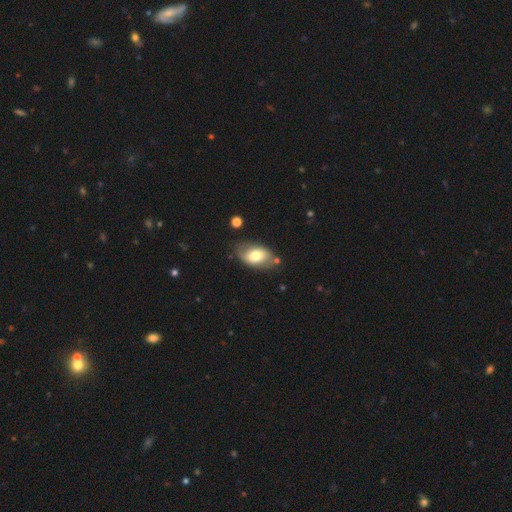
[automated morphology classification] smooth-or-featured: smooth: 67% | featured or disk: 27% | star or artifact: 6%
  how-rounded: in between: 91% | round: 7% | cigar-shaped: 2%
  merging: none: 71% | minor disturbance: 19% | major disturbance: 5% | merger: 5%